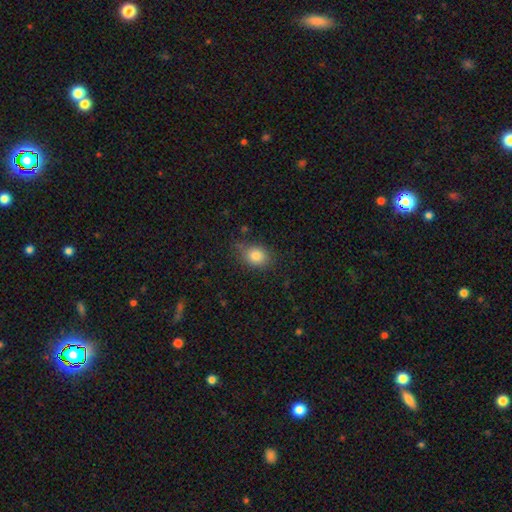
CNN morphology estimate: This is clearly a smooth galaxy (83%). How rounded: possibly in between (54%). Merging: likely none (71%).